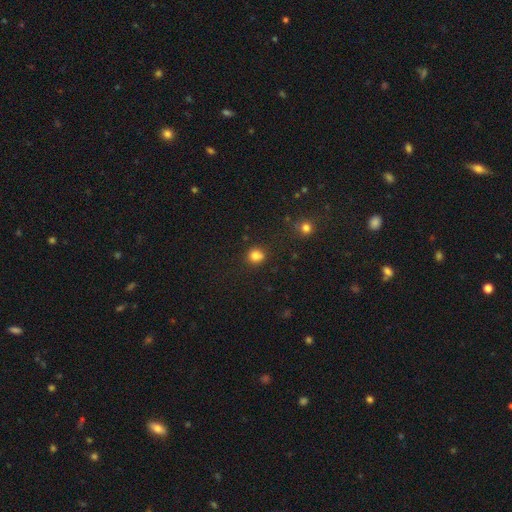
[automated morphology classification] This appears to be a smooth galaxy with no disk features (82%) that is round (81%). Merging: none (78%).